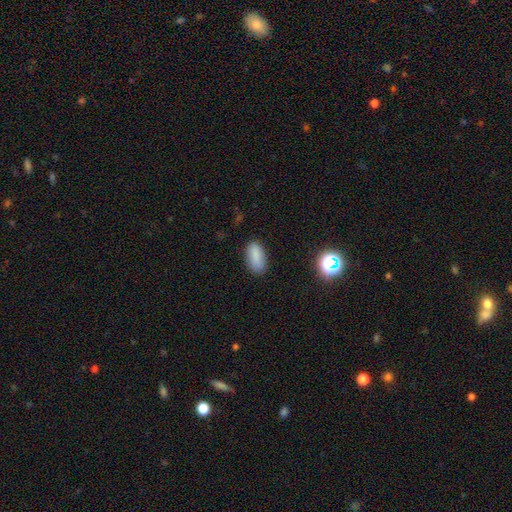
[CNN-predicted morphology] This is clearly a smooth galaxy (85%). How rounded: clearly in between (88%). Merging: clearly none (82%).